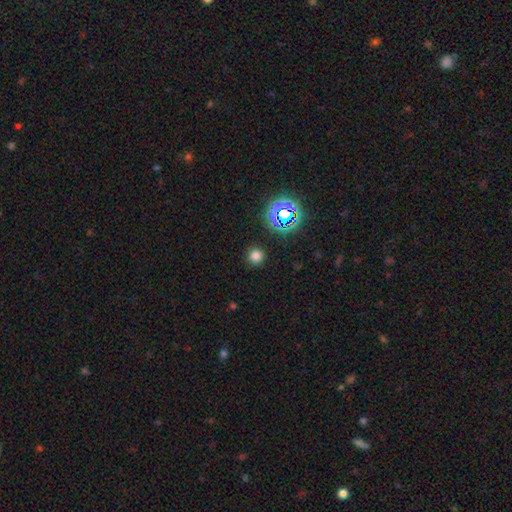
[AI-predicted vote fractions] This is likely a smooth galaxy (74%). How rounded: clearly round (93%). Merging: clearly none (90%).